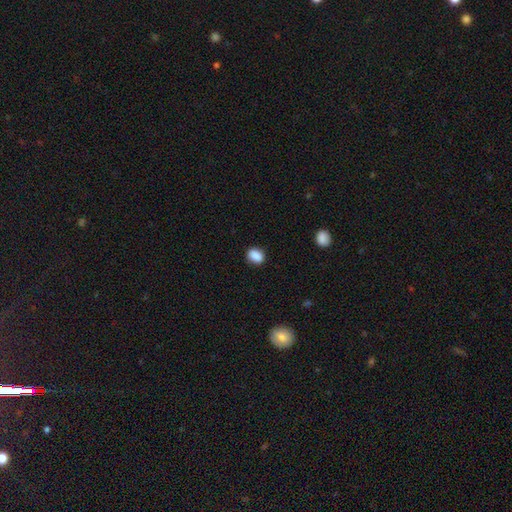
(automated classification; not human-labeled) Q: Smooth or featured?
A: smooth (88%); runner-up: star or artifact (9%)
Q: How rounded?
A: in between (59%); runner-up: round (39%)
Q: Merging?
A: none (85%); runner-up: minor disturbance (11%)